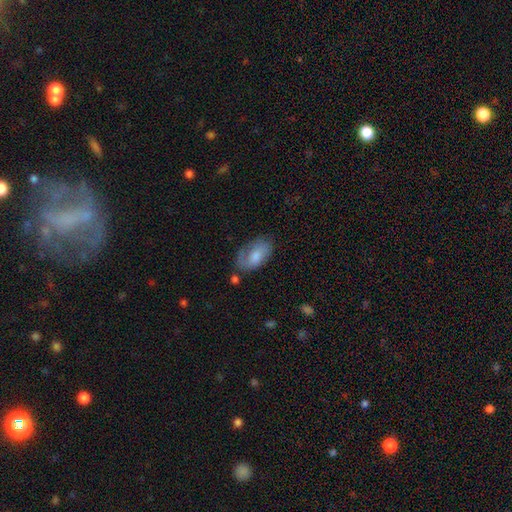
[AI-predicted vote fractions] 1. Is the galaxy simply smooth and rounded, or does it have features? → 55% smooth, 37% featured or disk, 8% star or artifact.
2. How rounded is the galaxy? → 92% in between, 6% round, 3% cigar-shaped.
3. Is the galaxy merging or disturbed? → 59% none, 26% minor disturbance, 11% major disturbance, 4% merger.